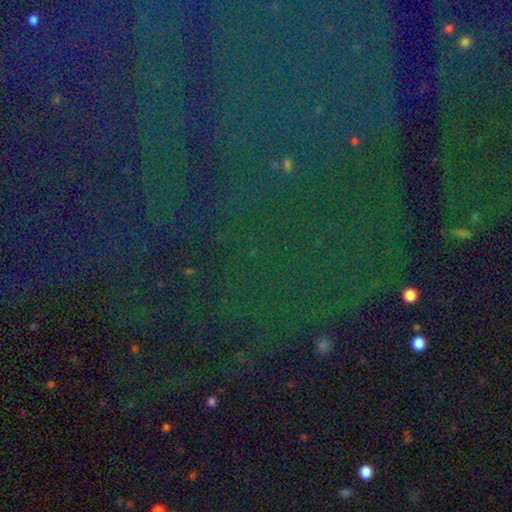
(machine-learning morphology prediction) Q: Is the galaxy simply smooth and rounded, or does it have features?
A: star or artifact — 85%.